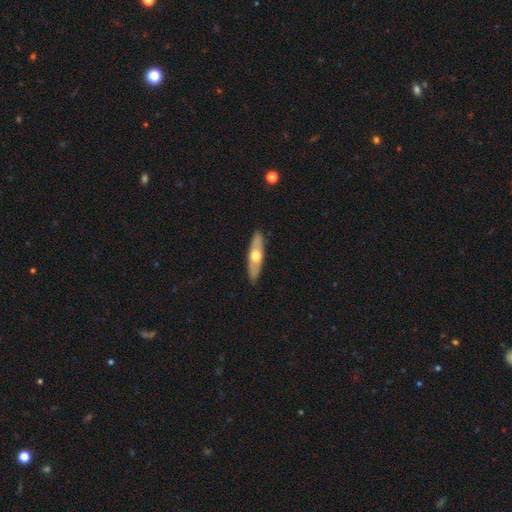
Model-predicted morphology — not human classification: A smooth galaxy with no disk features (49%). Merging: none (89%).